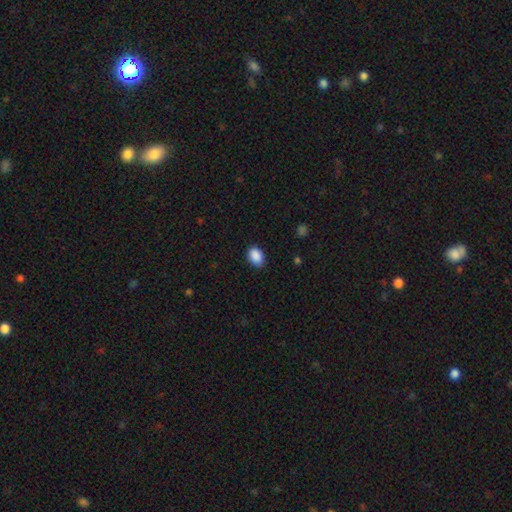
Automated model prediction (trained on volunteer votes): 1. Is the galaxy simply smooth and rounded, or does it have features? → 90% smooth, 7% star or artifact, 3% featured or disk.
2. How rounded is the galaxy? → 82% in between, 17% round, 1% cigar-shaped.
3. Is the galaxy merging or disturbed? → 86% none, 11% minor disturbance, 2% major disturbance, 1% merger.